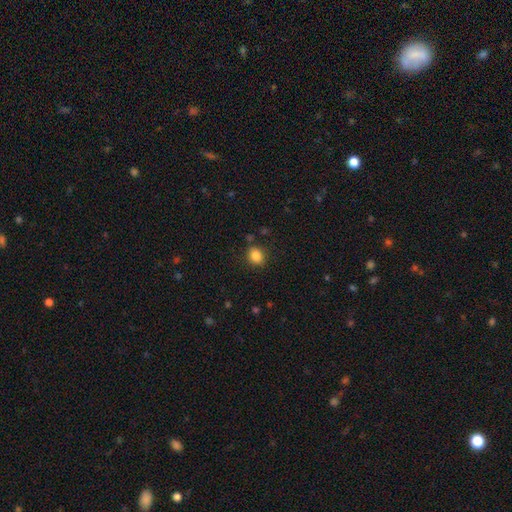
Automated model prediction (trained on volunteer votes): Smooth or featured? Predicted: smooth (p=0.85). How rounded? Predicted: round (p=0.58). Merging? Predicted: none (p=0.83).